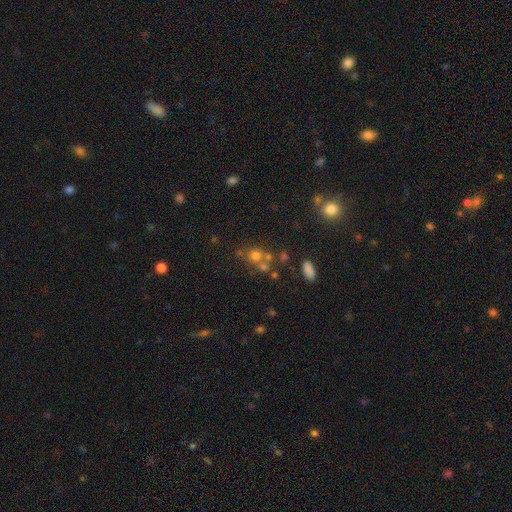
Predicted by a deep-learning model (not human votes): Morphology: type=smooth (61%); roundness=round (77%); merging=none (48%).